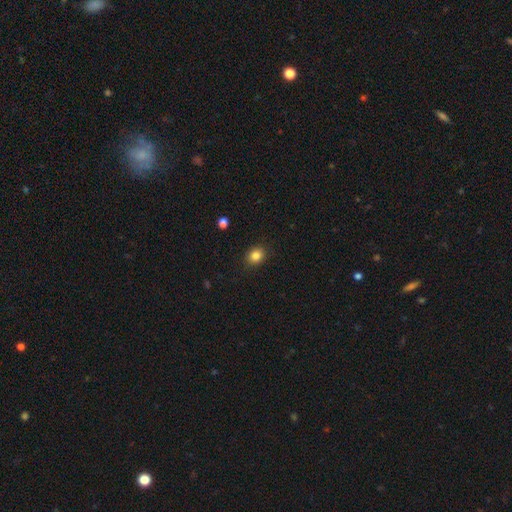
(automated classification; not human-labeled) The model was most divided on "how rounded": round: 64%, in between: 35%, cigar-shaped: 1%. More confident: merging — none (89%); smooth or featured — smooth (85%).